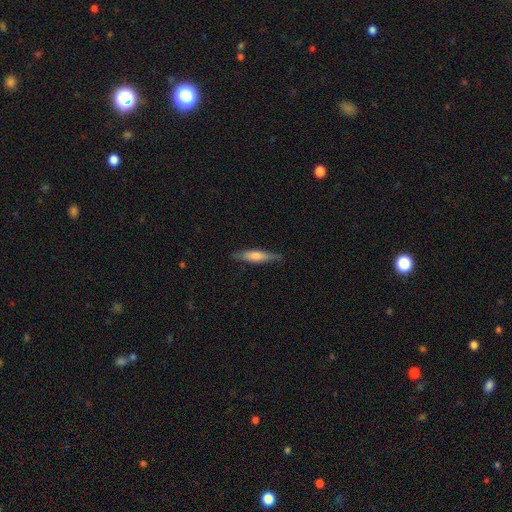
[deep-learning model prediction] Morphology: type=smooth (49%); merging=none (84%).